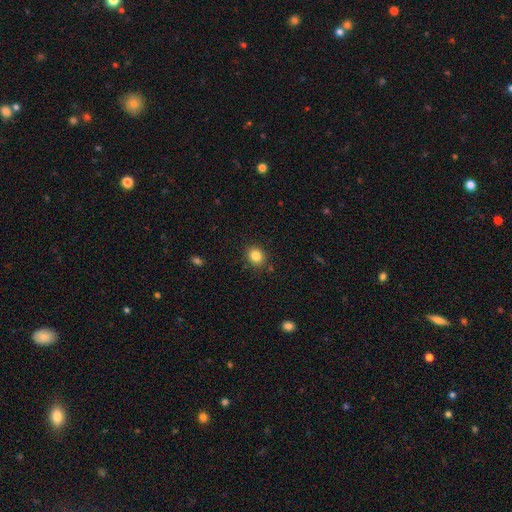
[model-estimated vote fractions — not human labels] Smooth or featured: smooth — 84% (star or artifact — 10%)
How rounded: round — 66% (in between — 33%)
Merging: none — 88% (minor disturbance — 8%)